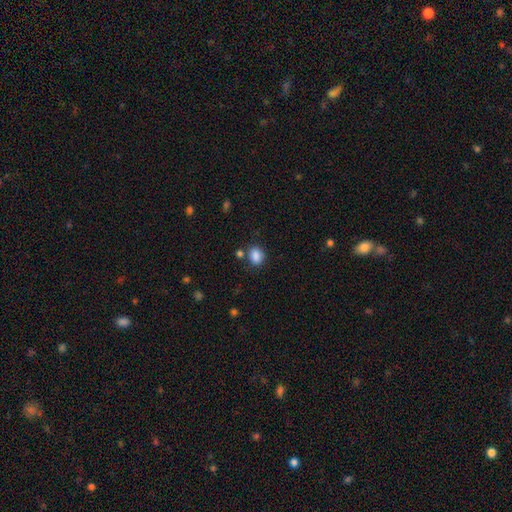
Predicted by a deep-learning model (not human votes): Smooth or featured? Predicted: smooth (p=0.86). How rounded? Predicted: in between (p=0.53). Merging? Predicted: none (p=0.74).